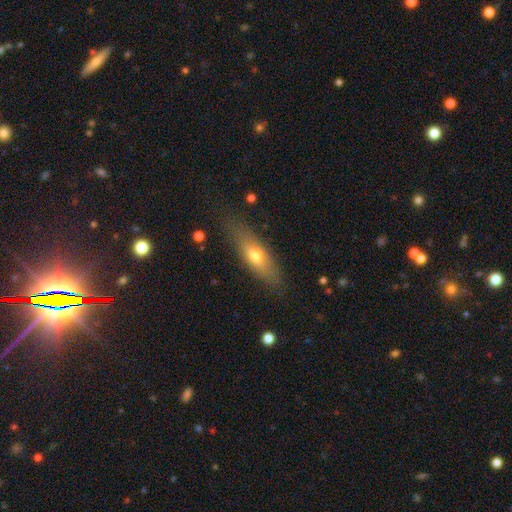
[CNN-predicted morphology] Smooth or featured?
  - smooth: 58% *
  - featured or disk: 34%
  - star or artifact: 7%
How rounded?
  - cigar-shaped: 49% *
  - in between: 47%
  - round: 4%
Merging?
  - none: 79% *
  - minor disturbance: 14%
  - major disturbance: 5%
  - merger: 2%